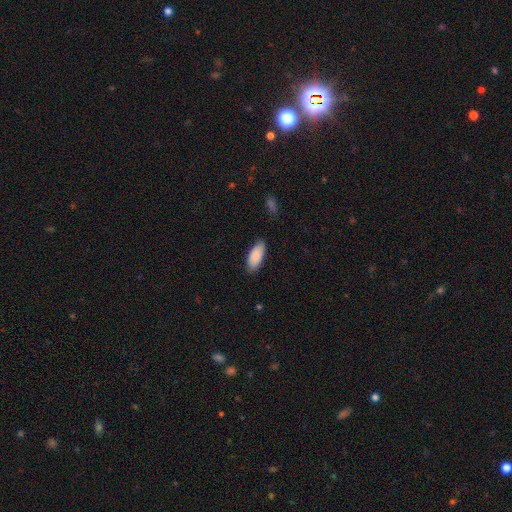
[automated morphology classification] Q: Smooth or featured?
A: smooth (86%); runner-up: featured or disk (8%)
Q: How rounded?
A: in between (86%); runner-up: cigar-shaped (12%)
Q: Merging?
A: none (83%); runner-up: minor disturbance (13%)